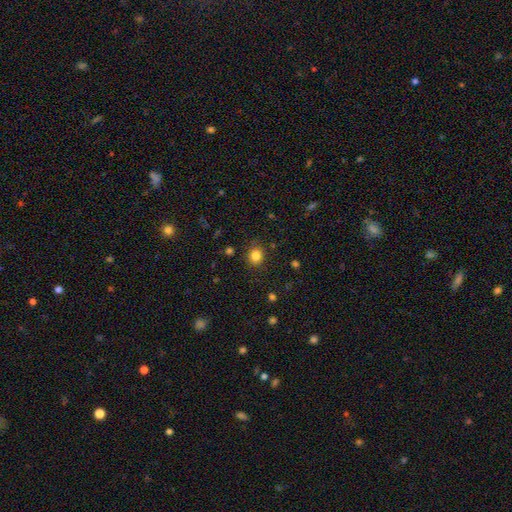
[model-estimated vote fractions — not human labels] The model was most divided on "how rounded": round: 76%, in between: 23%, cigar-shaped: 1%. More confident: merging — none (86%); smooth or featured — smooth (83%).